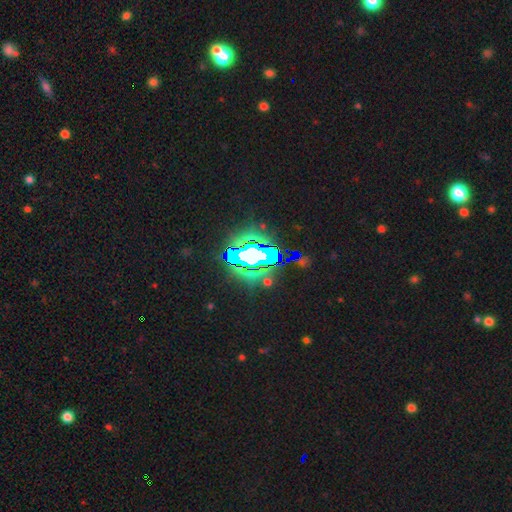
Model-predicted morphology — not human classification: This is likely a star or artifact rather than a galaxy (61%).